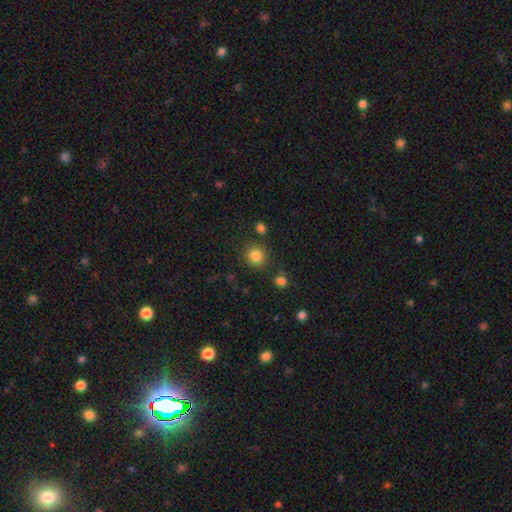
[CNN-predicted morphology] Smooth or featured? smooth (83%)
How rounded? round (89%)
Merging? none (83%)